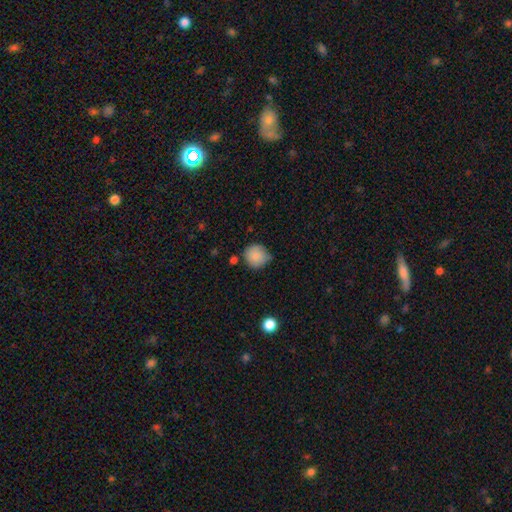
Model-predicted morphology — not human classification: This appears to be a smooth galaxy with no disk features (86%) that is round (91%). Merging: none (67%).